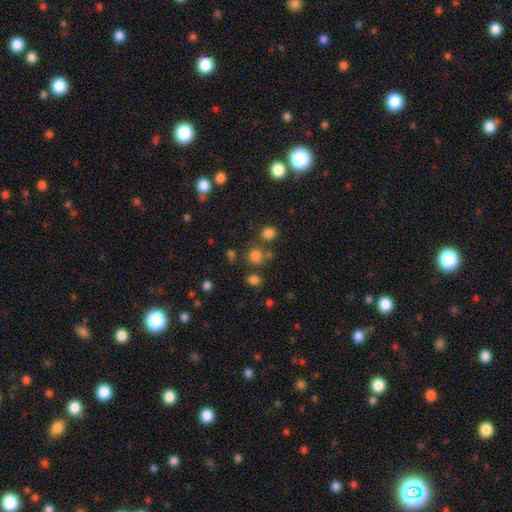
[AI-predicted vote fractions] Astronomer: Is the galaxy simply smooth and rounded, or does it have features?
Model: smooth — 77%.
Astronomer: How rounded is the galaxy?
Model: round — 81%.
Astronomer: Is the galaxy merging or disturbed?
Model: none — 69%.